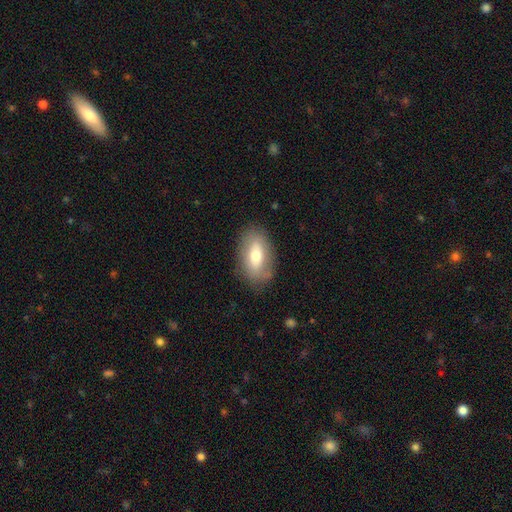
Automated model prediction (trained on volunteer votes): Smooth or featured?
  - smooth: 64% *
  - featured or disk: 29%
  - star or artifact: 7%
How rounded?
  - in between: 90% *
  - round: 6%
  - cigar-shaped: 4%
Merging?
  - none: 80% *
  - minor disturbance: 14%
  - major disturbance: 5%
  - merger: 1%